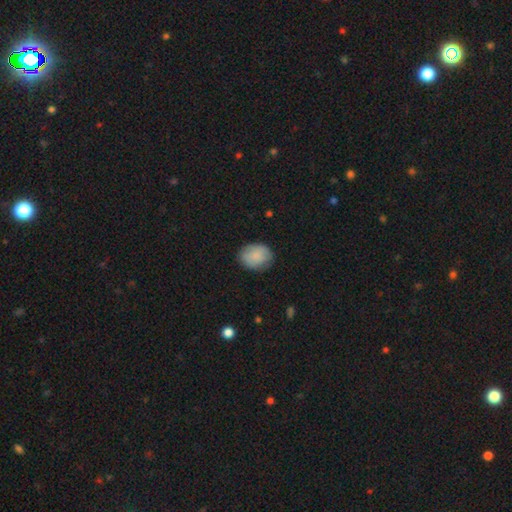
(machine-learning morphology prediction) A smooth galaxy with no disk features (83%) that is in between round and cigar-shaped (55%).

Vote fractions:
- Smooth or featured? smooth: 83% / featured or disk: 10% / star or artifact: 7%
- How rounded? in between: 55% / round: 44% / cigar-shaped: 1%
- Merging? none: 78% / minor disturbance: 17% / major disturbance: 4% / merger: 1%